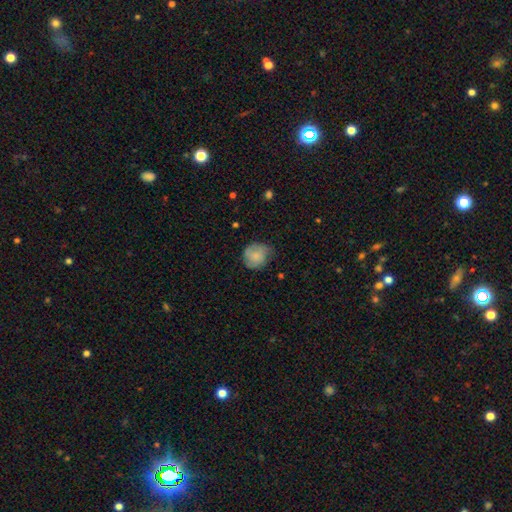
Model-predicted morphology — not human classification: Q: Smooth or featured?
A: smooth (74%); runner-up: featured or disk (19%)
Q: How rounded?
A: round (80%); runner-up: in between (19%)
Q: Merging?
A: none (61%); runner-up: minor disturbance (29%)